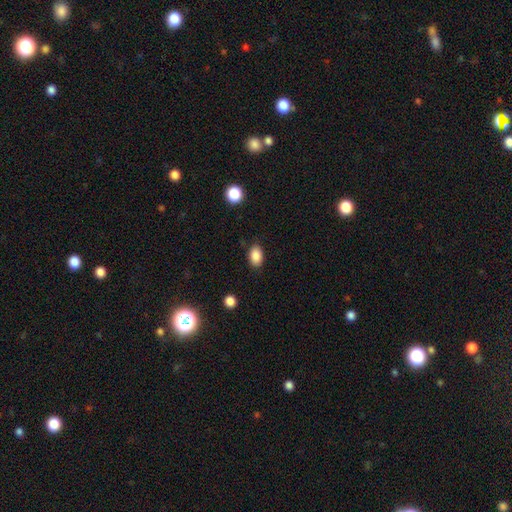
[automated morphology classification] The model was most divided on "how rounded": in between: 85%, round: 14%, cigar-shaped: 1%. More confident: smooth or featured — smooth (87%); merging — none (85%).